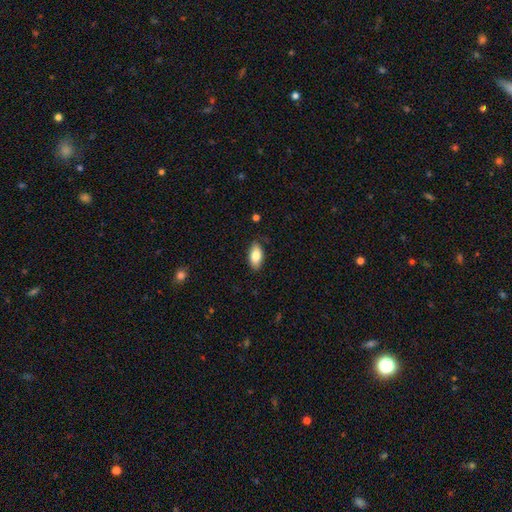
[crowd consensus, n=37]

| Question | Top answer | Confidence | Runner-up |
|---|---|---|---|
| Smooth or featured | smooth | 84% | featured or disk (11%) |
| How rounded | in between | 77% | round (13%) |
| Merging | none | 89% | minor disturbance (9%) |